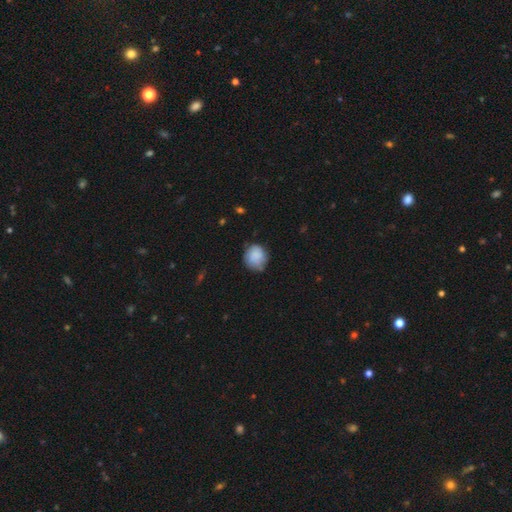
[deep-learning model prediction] A smooth galaxy with no disk features (82%) that is round (78%).

Vote fractions:
- Smooth or featured? smooth: 82% / featured or disk: 10% / star or artifact: 7%
- How rounded? round: 78% / in between: 21% / cigar-shaped: 1%
- Merging? none: 67% / minor disturbance: 26% / major disturbance: 5% / merger: 2%